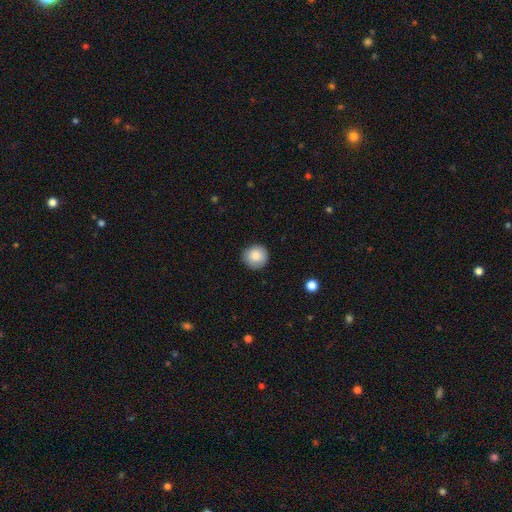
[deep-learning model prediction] Morphology: type=smooth (86%); roundness=round (94%); merging=none (89%).